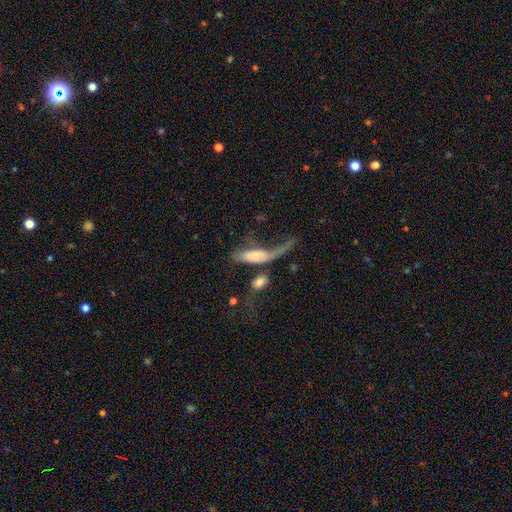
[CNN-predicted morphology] smooth_or_featured: smooth (p=0.51) [alt: featured or disk p=0.40]
how_rounded: in between (p=0.59) [alt: cigar-shaped p=0.37]
merging: major disturbance (p=0.43) [alt: merger p=0.32]